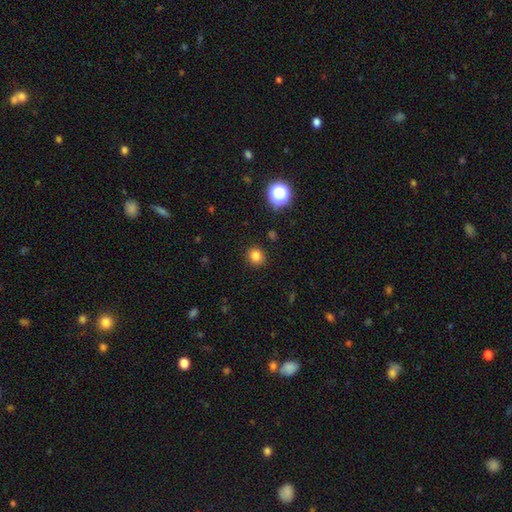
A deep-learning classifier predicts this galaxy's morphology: Smooth or featured? Predicted: smooth (p=0.82). How rounded? Predicted: round (p=0.86). Merging? Predicted: none (p=0.90).